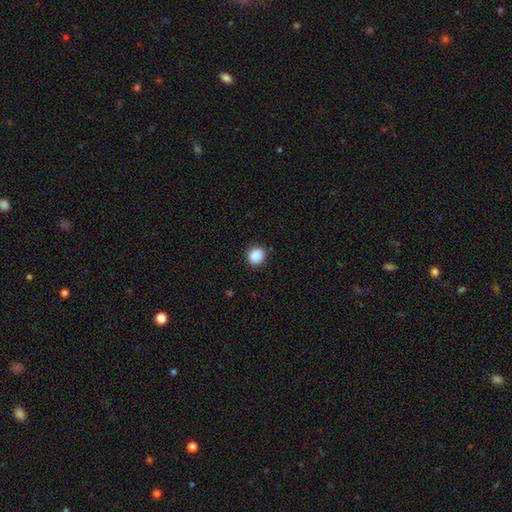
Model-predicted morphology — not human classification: A smooth galaxy with no disk features (89%) that is round (81%).

Vote fractions:
- Smooth or featured? smooth: 89% / star or artifact: 9% / featured or disk: 2%
- How rounded? round: 81% / in between: 18% / cigar-shaped: 1%
- Merging? none: 91% / minor disturbance: 6% / major disturbance: 2% / merger: 1%